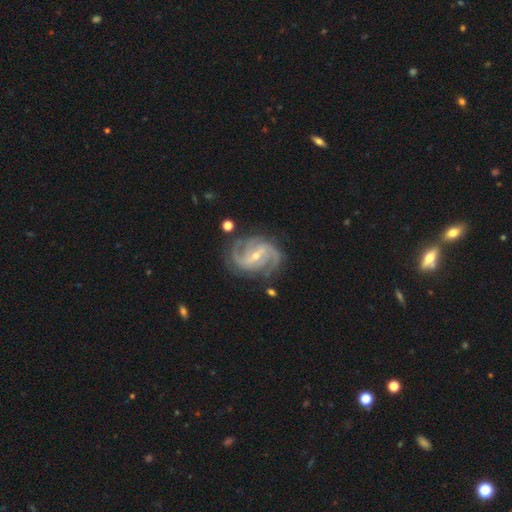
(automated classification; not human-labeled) smooth-or-featured: featured or disk: 92% | star or artifact: 5% | smooth: 3%
  disk-edge-on: no: 98% | yes: 2%
    bar: strong: 44% | weak: 40% | no: 16%
    has-spiral-arms: yes: 98% | no: 2%
      spiral-winding: medium: 48% | tight: 40% | loose: 11%
      spiral-arm-count: 2: 47% | 3: 26% | can't tell: 9% | 4: 9% | more than 4: 5% | 1: 5%
    bulge-size: small: 66% | moderate: 31% | none: 1% | large: 1% | dominant: 1%
  merging: none: 76% | minor disturbance: 16% | major disturbance: 6% | merger: 3%